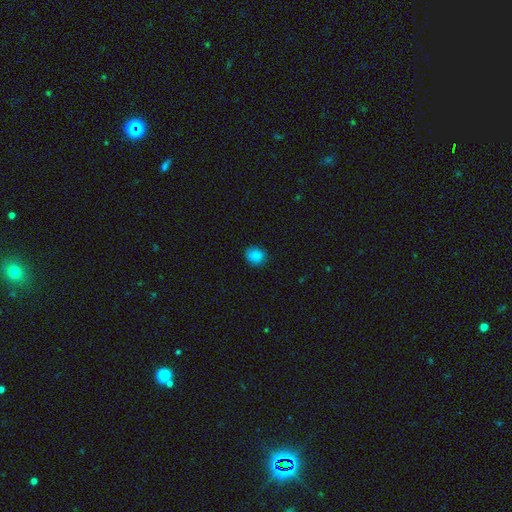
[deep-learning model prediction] This appears to be a smooth galaxy with no disk features (86%) that is round (74%). Merging: none (83%).